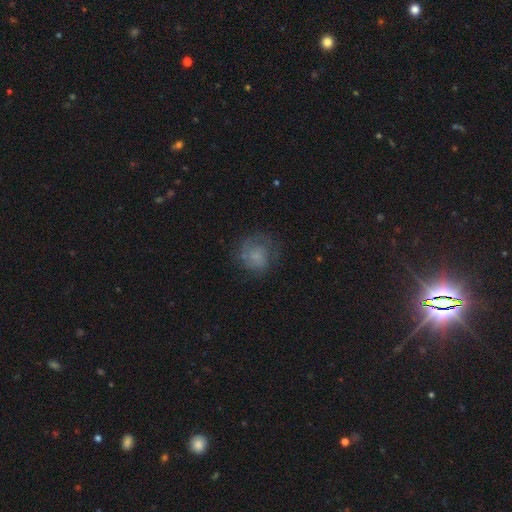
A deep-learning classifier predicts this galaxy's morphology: A featured or disk galaxy (45%). Merging: none (62%).